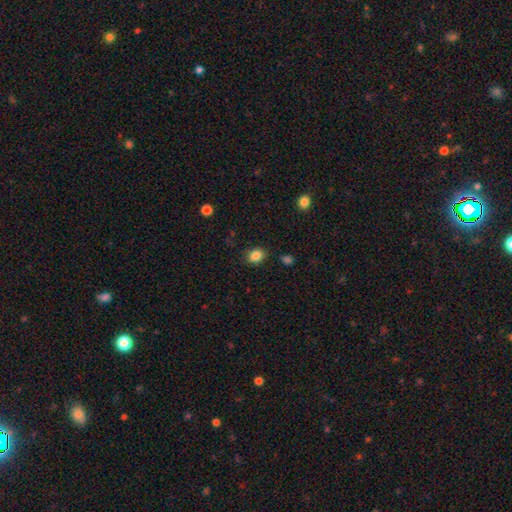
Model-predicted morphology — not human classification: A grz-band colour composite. It shows a smooth galaxy with no disk features (85%) that is in between round and cigar-shaped (56%). Merging: none (85%).